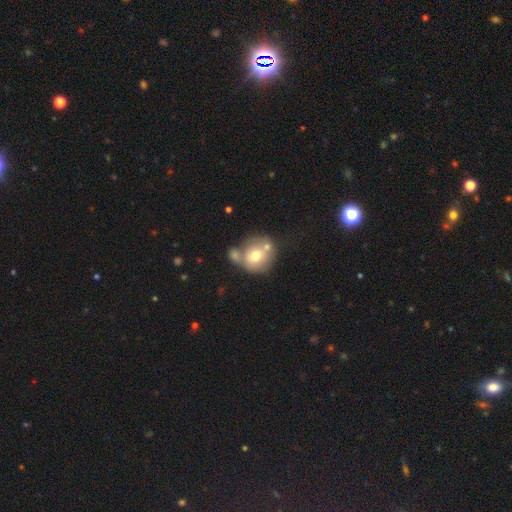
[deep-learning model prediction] smooth_or_featured: smooth (p=0.63) [alt: featured or disk p=0.29]
how_rounded: round (p=0.83) [alt: in between p=0.16]
merging: merger (p=0.44) [alt: none p=0.37]